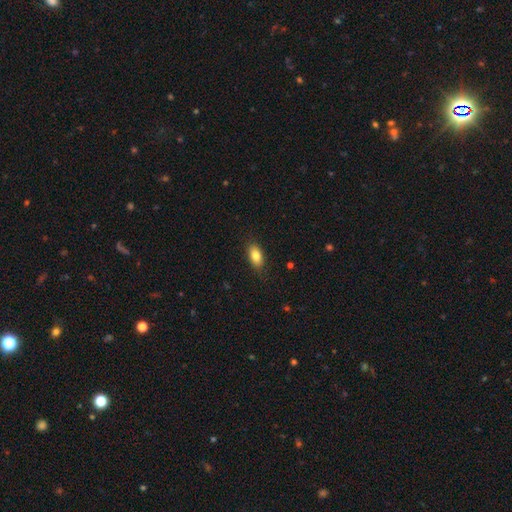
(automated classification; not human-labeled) Smooth or featured?
  - smooth: 83% *
  - featured or disk: 10%
  - star or artifact: 7%
How rounded?
  - in between: 90% *
  - round: 5%
  - cigar-shaped: 5%
Merging?
  - none: 85% *
  - minor disturbance: 11%
  - major disturbance: 3%
  - merger: 1%